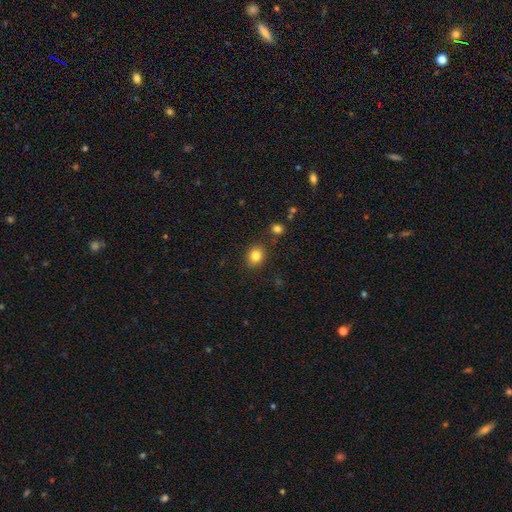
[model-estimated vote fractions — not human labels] Overall: smooth (83%). How rounded: round (63%; in between 36%). Merging: none (85%).